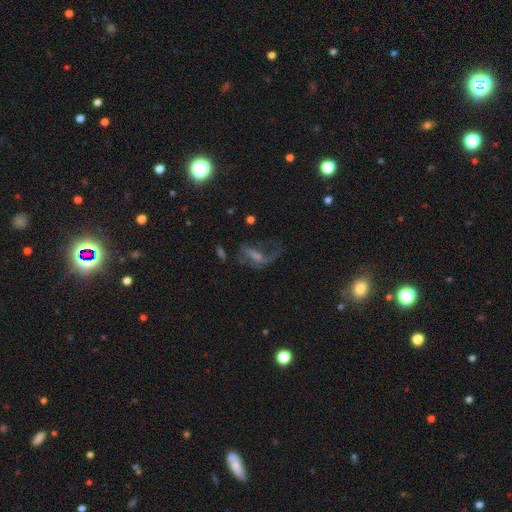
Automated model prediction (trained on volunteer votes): smooth_or_featured: featured or disk (p=0.60) [alt: star or artifact p=0.21]
disk_edge_on: no (p=0.91) [alt: yes p=0.09]
bar: weak (p=0.39) [tied with: no p=0.39]
has_spiral_arms: yes (p=0.70) [alt: no p=0.30]
bulge_size: small (p=0.38) [alt: none p=0.31]
merging: none (p=0.41) [alt: major disturbance p=0.38]